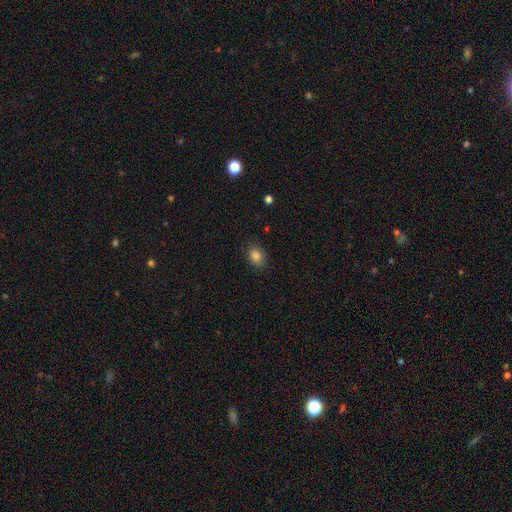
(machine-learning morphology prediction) A smooth galaxy with no disk features (85%) that is in between round and cigar-shaped (60%). Merging: none (85%).